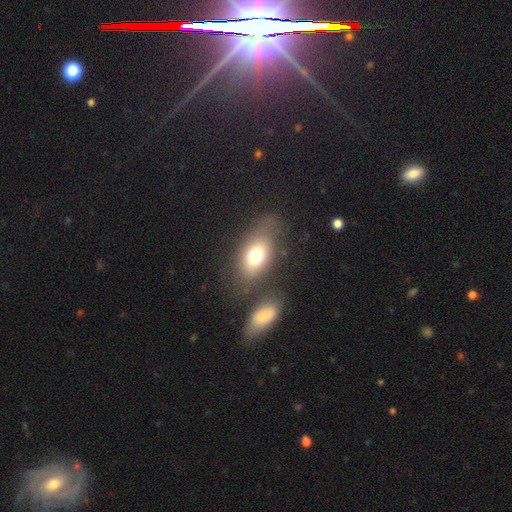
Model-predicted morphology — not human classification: This is likely a smooth galaxy (72%). How rounded: clearly in between (80%). Merging: likely none (60%).